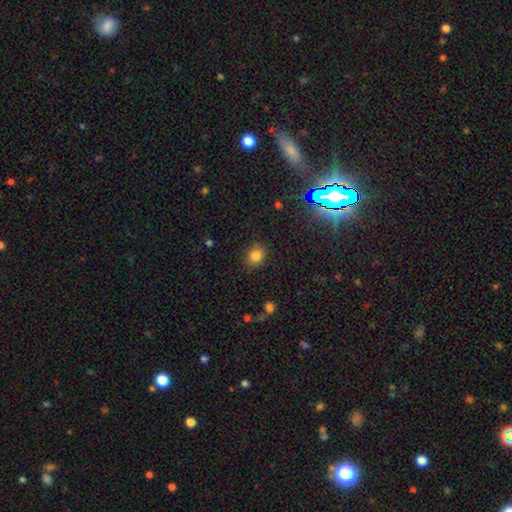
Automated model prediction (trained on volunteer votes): The model was most divided on "how rounded": round: 56%, in between: 43%, cigar-shaped: 1%. More confident: merging — none (84%); smooth or featured — smooth (82%).